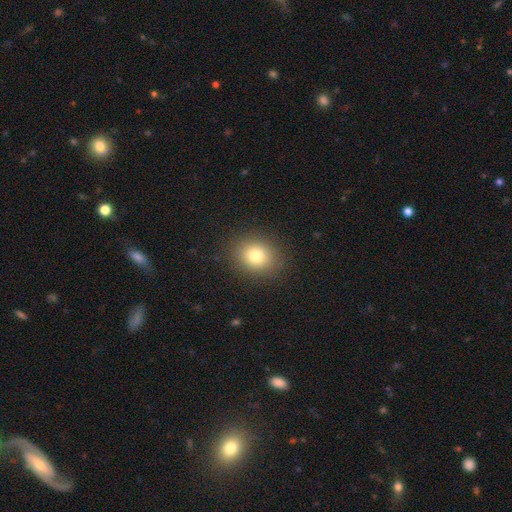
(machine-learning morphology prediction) smooth 79%, star or artifact 12%, featured or disk 9%. Down the decision tree: how rounded — round (66%); merging — none (88%).